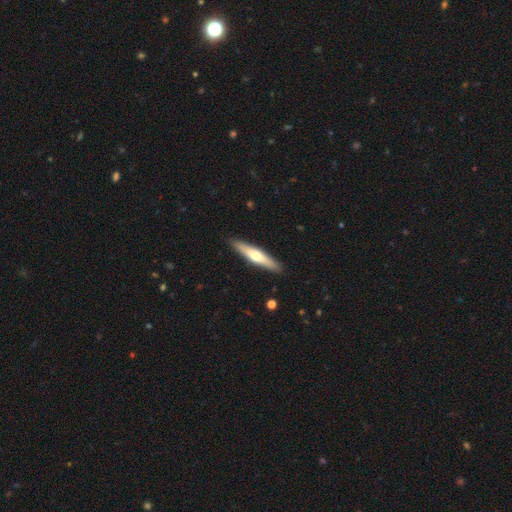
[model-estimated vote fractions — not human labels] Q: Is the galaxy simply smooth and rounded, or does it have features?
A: smooth — 48%.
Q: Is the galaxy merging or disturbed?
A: none — 90%.